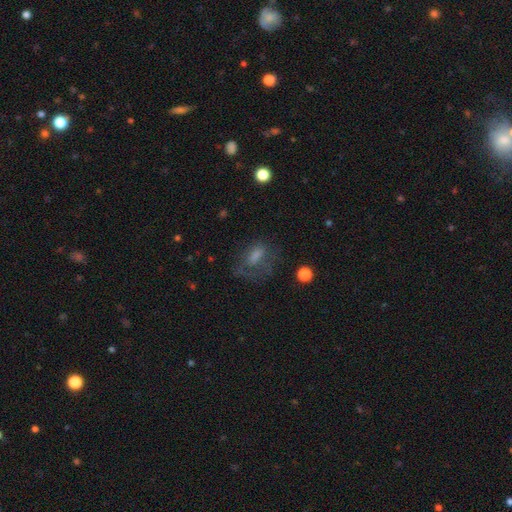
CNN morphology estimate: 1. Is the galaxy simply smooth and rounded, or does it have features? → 44% smooth, 35% featured or disk, 21% star or artifact.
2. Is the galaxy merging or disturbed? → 46% none, 31% major disturbance, 21% minor disturbance, 3% merger.